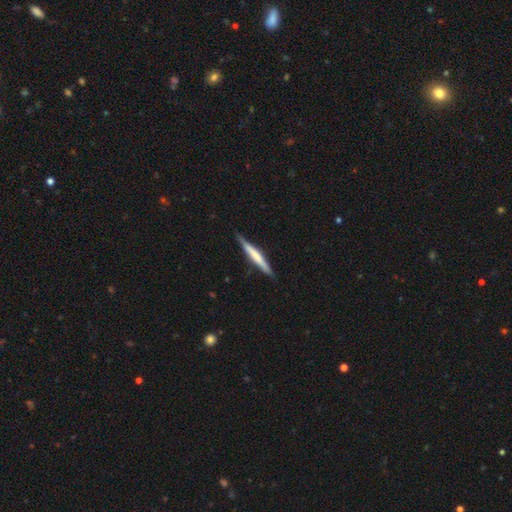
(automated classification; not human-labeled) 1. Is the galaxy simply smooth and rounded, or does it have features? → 52% featured or disk, 43% smooth, 5% star or artifact.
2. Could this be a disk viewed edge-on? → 97% yes, 3% no.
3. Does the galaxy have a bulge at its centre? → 48% none, 29% rounded, 23% boxy.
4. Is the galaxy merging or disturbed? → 87% none, 10% minor disturbance, 2% major disturbance, 1% merger.